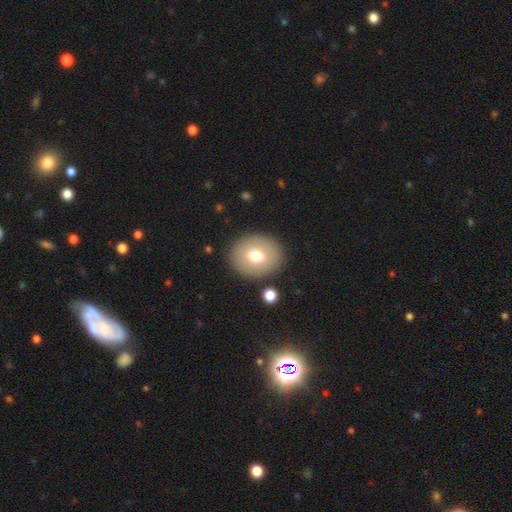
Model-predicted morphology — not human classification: Smooth or featured?
  - smooth: 70% *
  - featured or disk: 21%
  - star or artifact: 9%
How rounded?
  - round: 70% *
  - in between: 30%
  - cigar-shaped: 1%
Merging?
  - none: 87% *
  - minor disturbance: 8%
  - major disturbance: 3%
  - merger: 3%